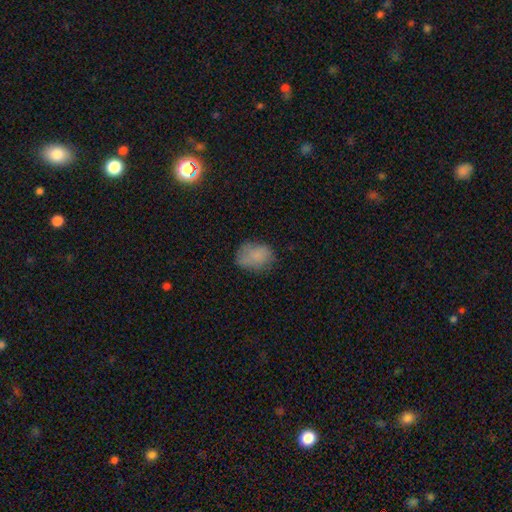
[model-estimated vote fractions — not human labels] Smooth or featured?
  - smooth: 79% *
  - featured or disk: 11%
  - star or artifact: 10%
How rounded?
  - in between: 64% *
  - round: 35%
  - cigar-shaped: 1%
Merging?
  - none: 66% *
  - minor disturbance: 24%
  - major disturbance: 8%
  - merger: 2%